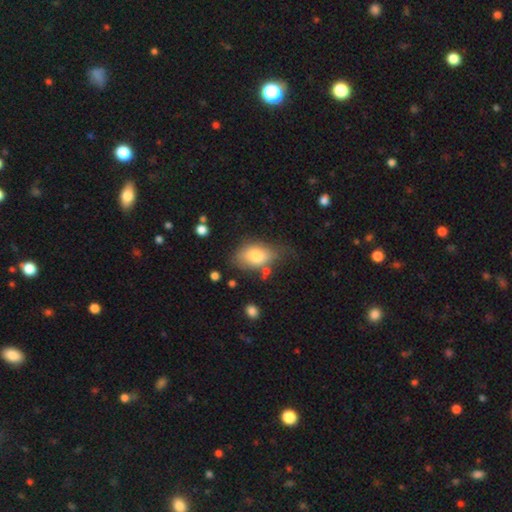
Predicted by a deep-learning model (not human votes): A smooth galaxy with no disk features (76%) that is in between round and cigar-shaped (87%).

Vote fractions:
- Smooth or featured? smooth: 76% / featured or disk: 17% / star or artifact: 7%
- How rounded? in between: 87% / round: 11% / cigar-shaped: 2%
- Merging? none: 55% / minor disturbance: 28% / major disturbance: 11% / merger: 6%